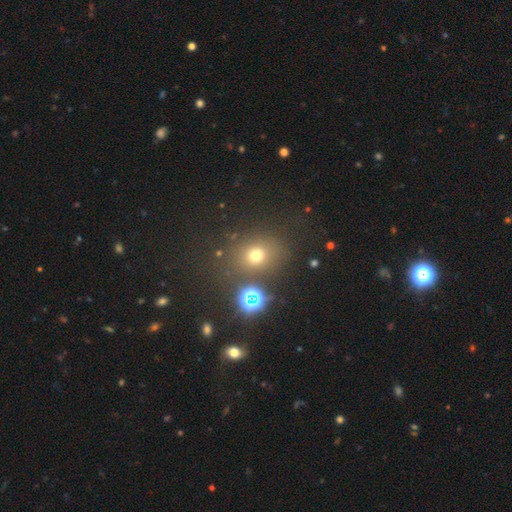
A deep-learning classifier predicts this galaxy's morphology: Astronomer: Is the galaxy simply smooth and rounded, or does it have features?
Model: smooth — 65%.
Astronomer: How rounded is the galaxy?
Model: round — 65%.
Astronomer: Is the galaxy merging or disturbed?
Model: none — 77%.